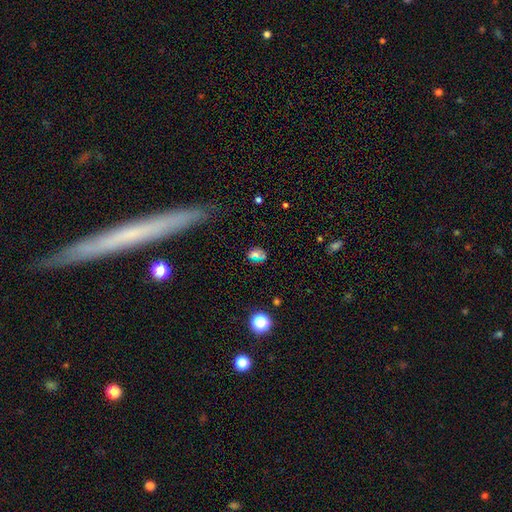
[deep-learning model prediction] Smooth or featured: smooth — 55% (star or artifact — 33%)
How rounded: round — 64% (in between — 33%)
Merging: none — 81% (minor disturbance — 10%)